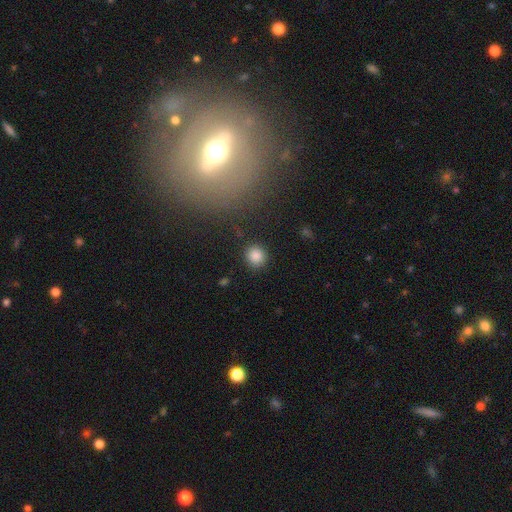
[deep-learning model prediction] Smooth or featured? Predicted: smooth (p=0.86). How rounded? Predicted: round (p=0.90). Merging? Predicted: none (p=0.88).